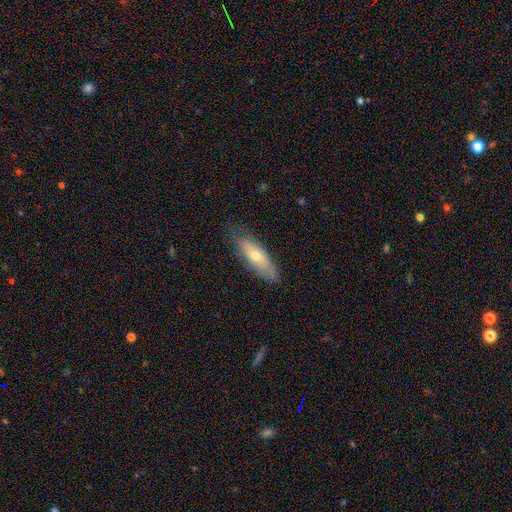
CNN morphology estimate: type=smooth (60%); roundness=in between (56%); merging=none (74%).